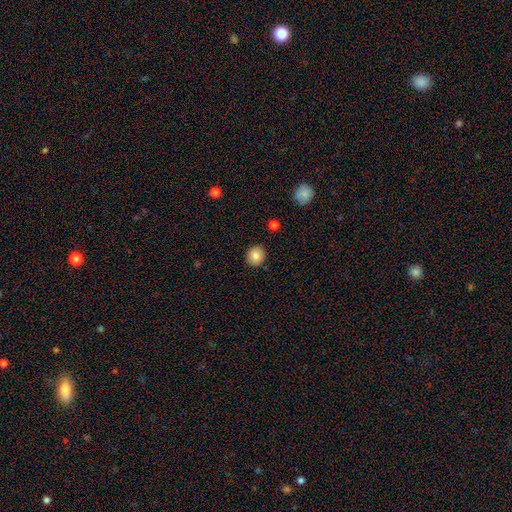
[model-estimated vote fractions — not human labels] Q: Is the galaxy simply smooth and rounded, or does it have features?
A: smooth — 85%.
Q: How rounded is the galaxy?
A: round — 88%.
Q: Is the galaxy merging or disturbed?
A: none — 90%.